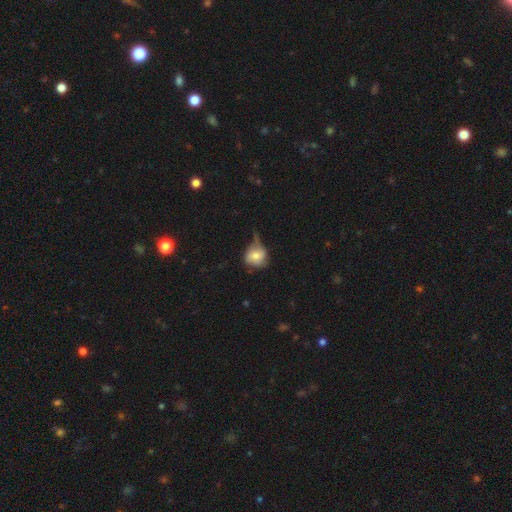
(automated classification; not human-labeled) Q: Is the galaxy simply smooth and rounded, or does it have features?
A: smooth — 68%.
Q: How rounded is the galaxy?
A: round — 76%.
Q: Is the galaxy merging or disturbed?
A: minor disturbance — 37%.